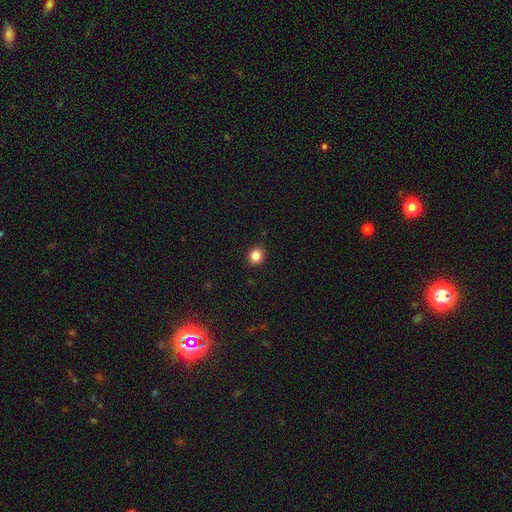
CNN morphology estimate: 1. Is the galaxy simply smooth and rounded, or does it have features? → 84% smooth, 11% star or artifact, 5% featured or disk.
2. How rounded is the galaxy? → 82% round, 17% in between, 1% cigar-shaped.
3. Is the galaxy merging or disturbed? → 92% none, 6% minor disturbance, 2% major disturbance, 1% merger.